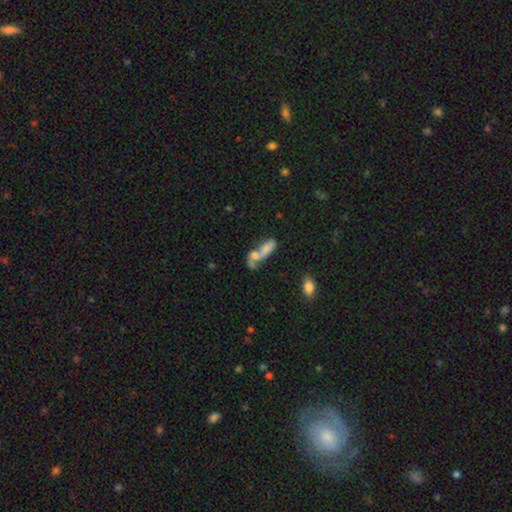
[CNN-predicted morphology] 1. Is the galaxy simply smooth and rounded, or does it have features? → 58% smooth, 28% featured or disk, 14% star or artifact.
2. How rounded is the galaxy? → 64% in between, 27% cigar-shaped, 9% round.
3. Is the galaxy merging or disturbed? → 60% merger, 22% none, 9% major disturbance, 9% minor disturbance.